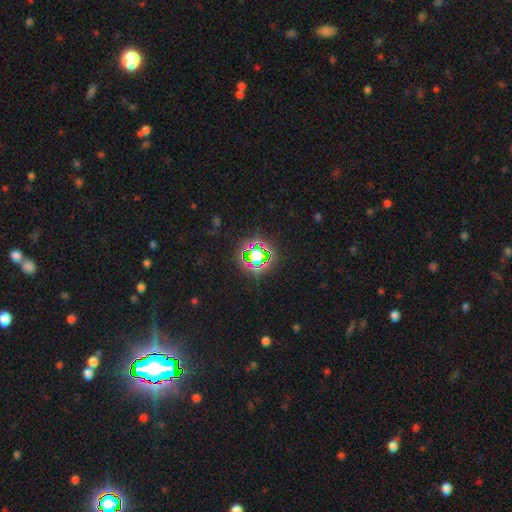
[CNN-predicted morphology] This appears to be a star or artifact, not a galaxy (64%).